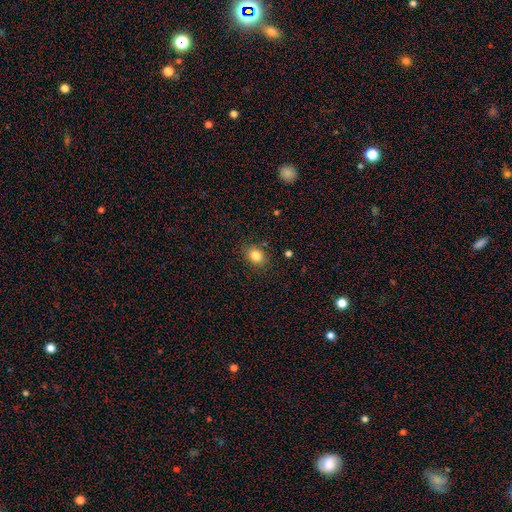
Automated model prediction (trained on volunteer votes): Morphology: type=smooth (84%); roundness=in between (51%); merging=none (86%).